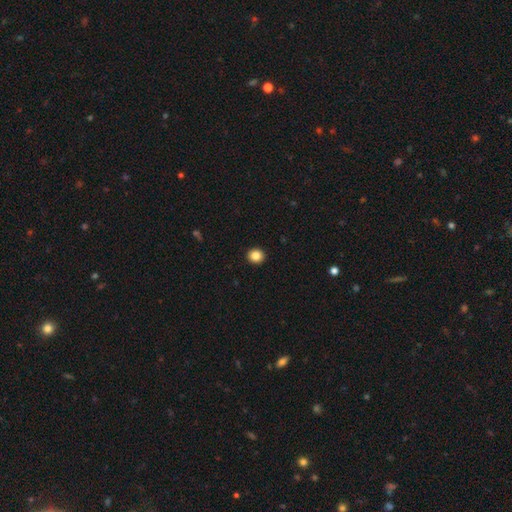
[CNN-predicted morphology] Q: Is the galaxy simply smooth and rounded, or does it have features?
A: smooth — 85%.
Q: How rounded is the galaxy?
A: round — 86%.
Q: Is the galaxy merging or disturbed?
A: none — 93%.